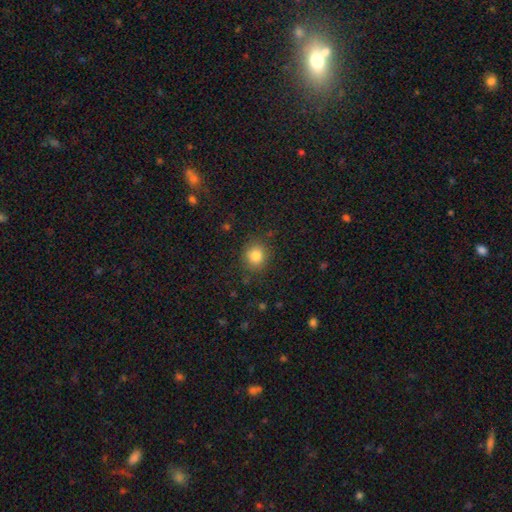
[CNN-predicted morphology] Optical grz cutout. It shows a smooth galaxy with no disk features (83%) that is round (85%). Merging: none (86%).